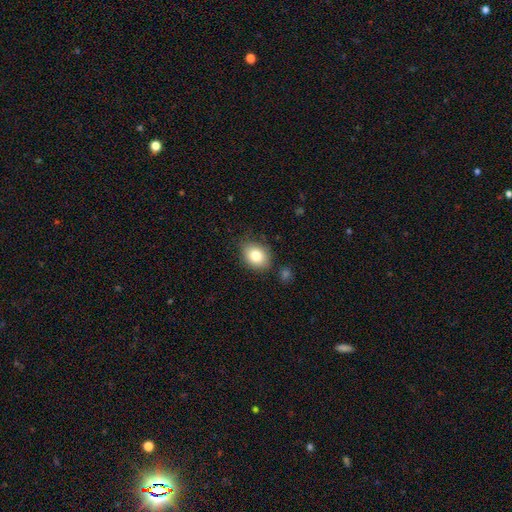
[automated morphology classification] A smooth galaxy with no disk features (82%) that is in between round and cigar-shaped (56%). Merging: none (77%).